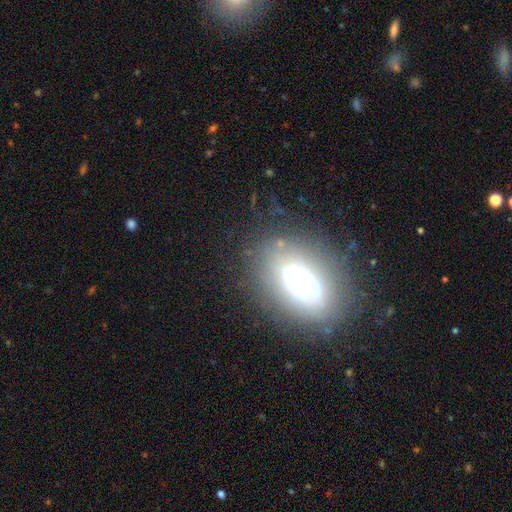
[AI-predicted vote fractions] Morphology: type=smooth (49%); merging=none (82%).